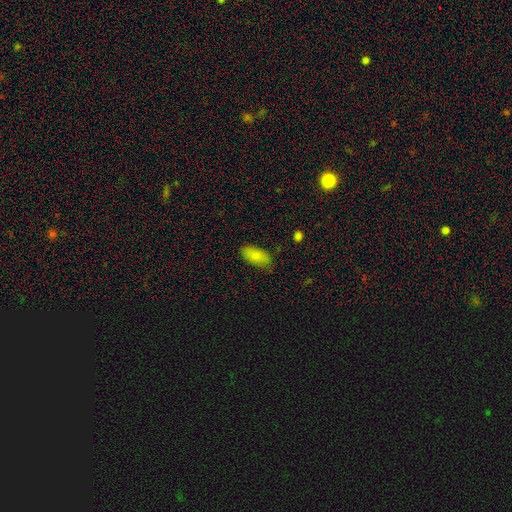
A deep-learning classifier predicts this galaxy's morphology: This appears to be a smooth galaxy with no disk features (82%) that is in between round and cigar-shaped (90%). Merging: none (80%).